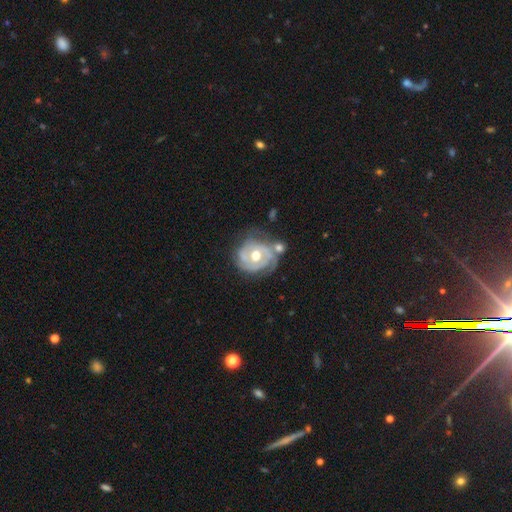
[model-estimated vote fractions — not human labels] smooth_or_featured: featured or disk (p=0.80) [alt: smooth p=0.15]
disk_edge_on: no (p=0.97) [alt: yes p=0.03]
bar: no (p=0.72) [alt: weak p=0.22]
has_spiral_arms: yes (p=0.85) [alt: no p=0.15]
spiral_winding: tight (p=0.68) [alt: medium p=0.24]
spiral_arm_count: 2 (p=0.40) [alt: can't tell p=0.28]
bulge_size: moderate (p=0.80) [alt: small p=0.10]
merging: none (p=0.49) [alt: minor disturbance p=0.23]